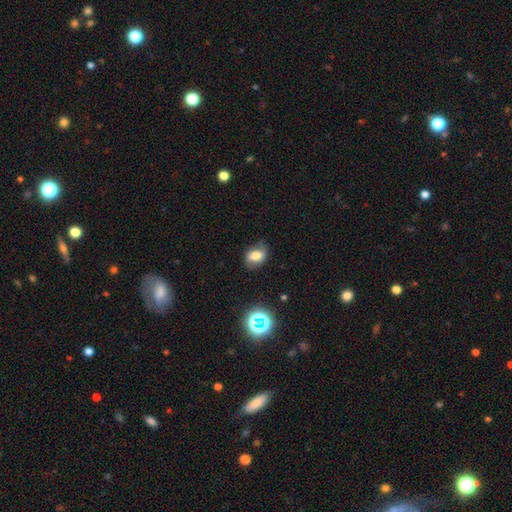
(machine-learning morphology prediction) Smooth or featured? Predicted: smooth (p=0.68). How rounded? Predicted: in between (p=0.74). Merging? Predicted: none (p=0.71).